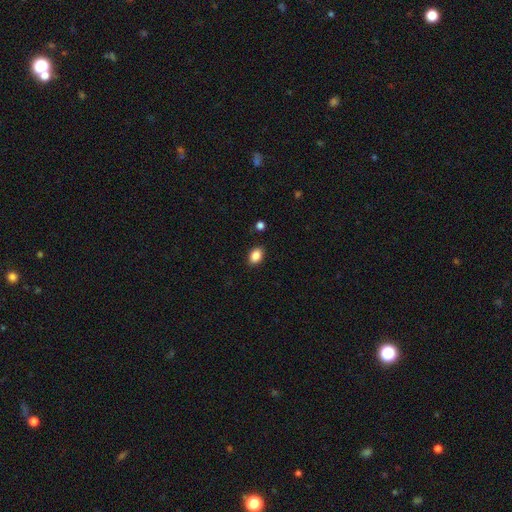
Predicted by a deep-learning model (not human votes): Smooth or featured? Predicted: smooth (p=0.87). How rounded? Predicted: in between (p=0.82). Merging? Predicted: none (p=0.88).